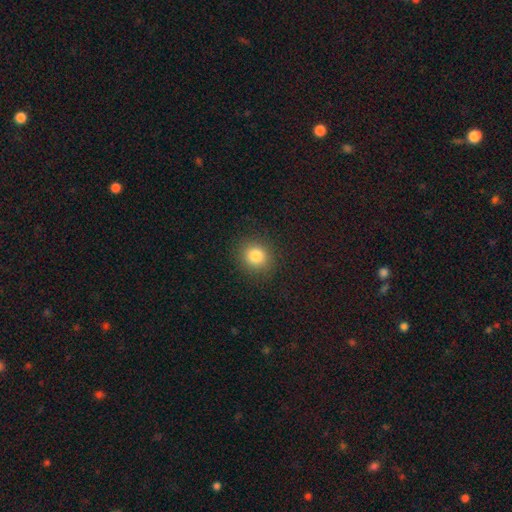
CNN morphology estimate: A smooth galaxy with no disk features (83%) that is round (82%). Merging: none (89%).